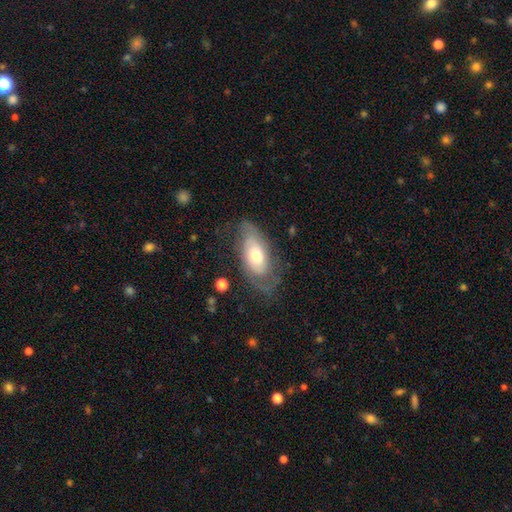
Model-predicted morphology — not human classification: Overall: featured or disk (59%; smooth 35%). Edge-on disk: no (89%). Bar: no (74%). Spiral arms: yes (77%). Bulge size: moderate (66%). Merging: none (59%; minor disturbance 25%).